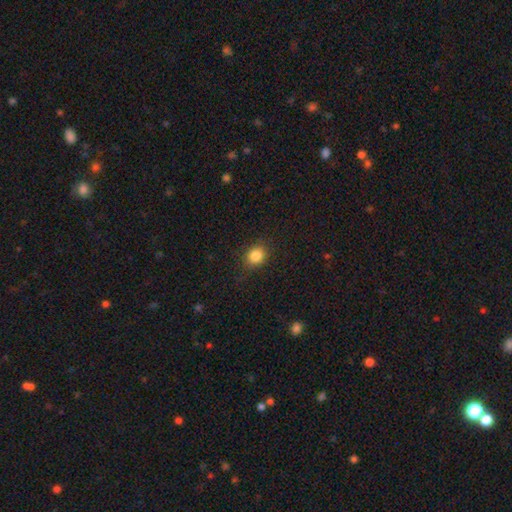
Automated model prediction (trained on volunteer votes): A smooth galaxy with no disk features (85%) that is round (64%). Merging: none (83%).